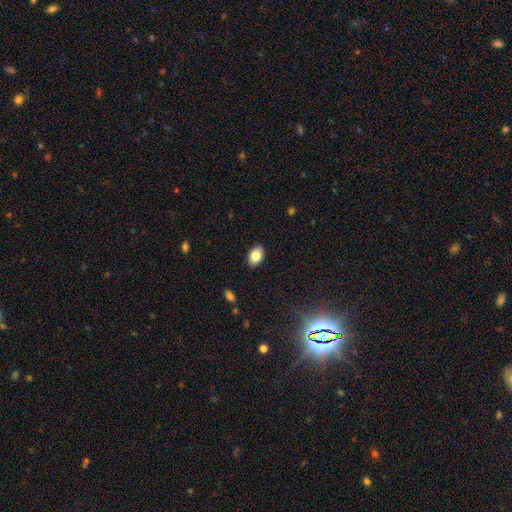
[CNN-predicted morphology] Smooth or featured? Predicted: smooth (p=0.84). How rounded? Predicted: in between (p=0.90). Merging? Predicted: none (p=0.87).